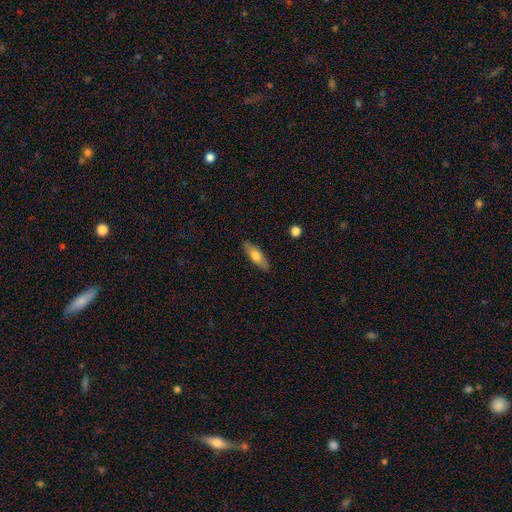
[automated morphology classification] Overall: smooth (56%; featured or disk 37%). How rounded: cigar-shaped (51%; in between 47%). Merging: none (88%).